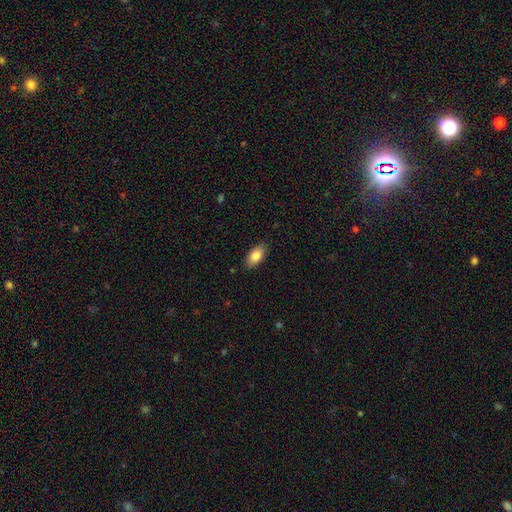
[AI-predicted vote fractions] smooth-or-featured: smooth: 83% | featured or disk: 10% | star or artifact: 7%
  how-rounded: in between: 91% | cigar-shaped: 6% | round: 3%
  merging: none: 87% | minor disturbance: 10% | major disturbance: 2% | merger: 1%